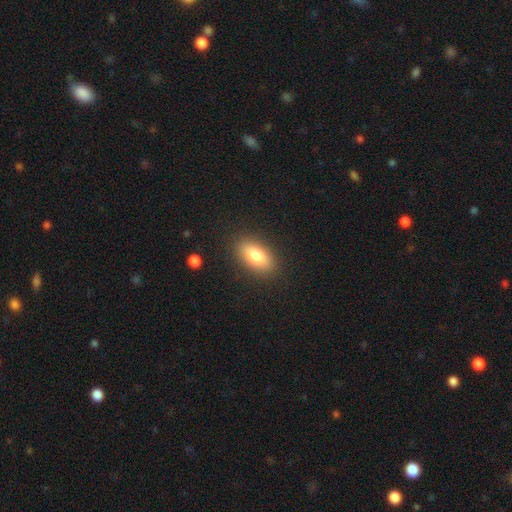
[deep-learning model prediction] Smooth or featured: smooth — 80% (featured or disk — 12%)
How rounded: in between — 88% (cigar-shaped — 6%)
Merging: none — 87% (minor disturbance — 9%)